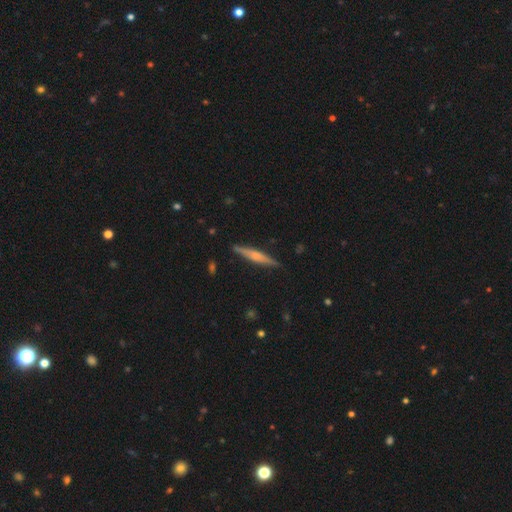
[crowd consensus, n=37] Smooth or featured: smooth — 51% (featured or disk — 43%)
How rounded: cigar-shaped — 95% (in between — 5%)
Merging: none — 100%